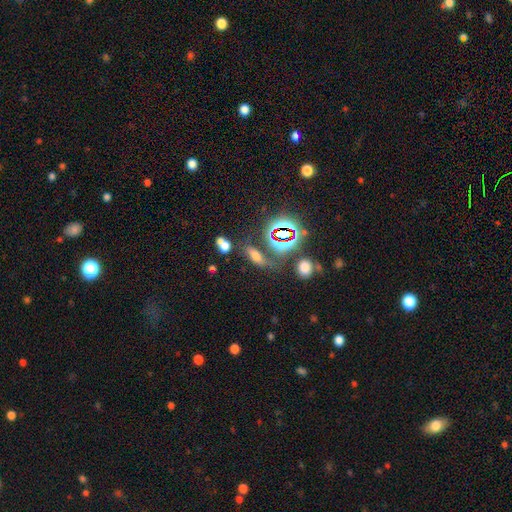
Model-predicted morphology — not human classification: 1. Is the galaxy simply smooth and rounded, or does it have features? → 52% smooth, 30% star or artifact, 17% featured or disk.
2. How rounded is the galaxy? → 59% in between, 30% cigar-shaped, 12% round.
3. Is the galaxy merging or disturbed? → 58% none, 17% minor disturbance, 16% merger, 9% major disturbance.